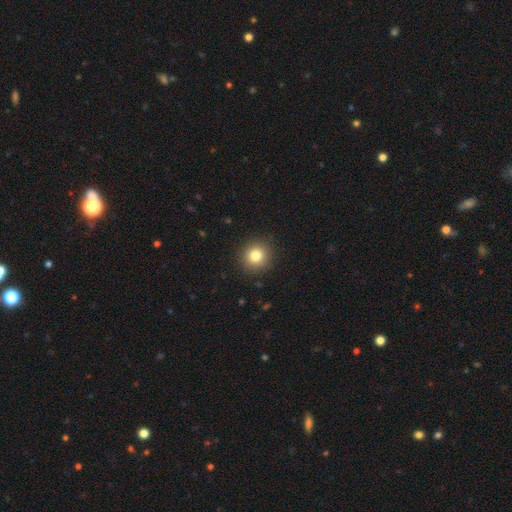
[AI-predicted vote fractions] Q: Smooth or featured?
A: smooth (81%); runner-up: star or artifact (12%)
Q: How rounded?
A: round (92%); runner-up: in between (7%)
Q: Merging?
A: none (91%); runner-up: minor disturbance (6%)